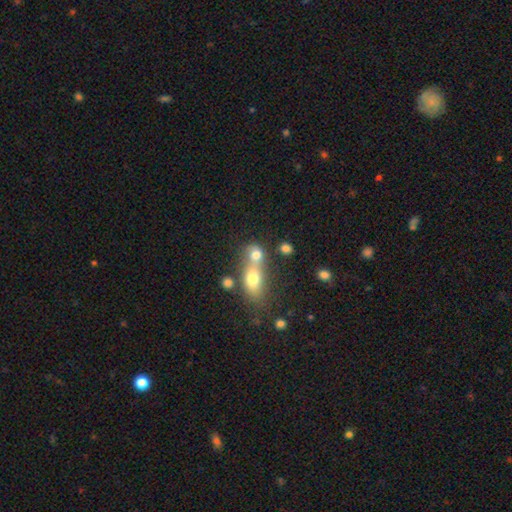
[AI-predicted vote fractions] smooth 55%, featured or disk 25%, star or artifact 20%. Down the decision tree: how rounded — in between (56%); merging — merger (49%).